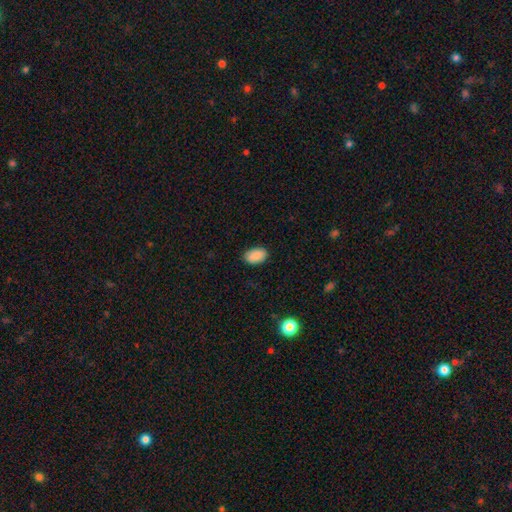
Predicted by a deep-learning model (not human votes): This is clearly a smooth galaxy (89%). How rounded: clearly in between (90%). Merging: clearly none (85%).